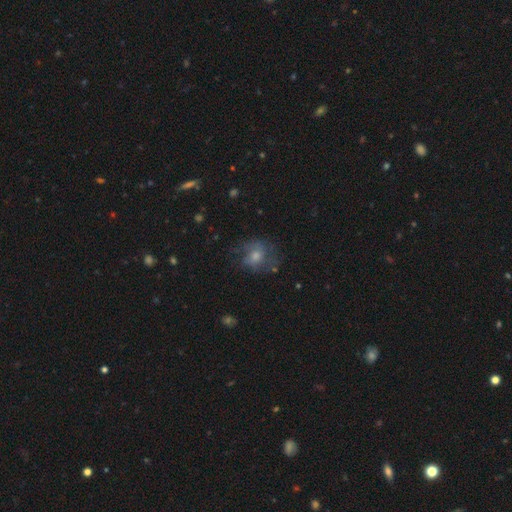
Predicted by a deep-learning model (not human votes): Smooth or featured? smooth (49%)
Merging? none (52%)